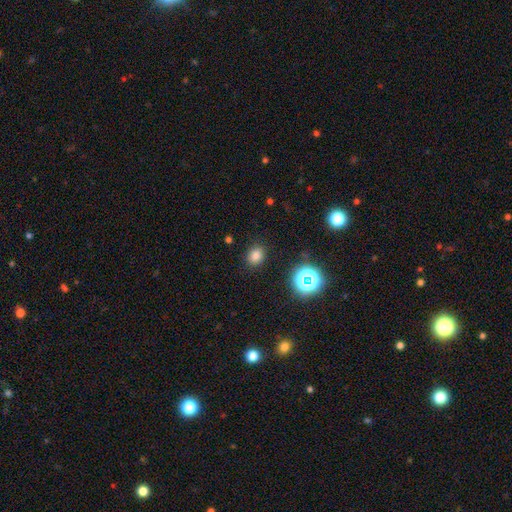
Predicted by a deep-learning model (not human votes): A smooth galaxy with no disk features (77%) that is round (57%). Merging: none (87%).